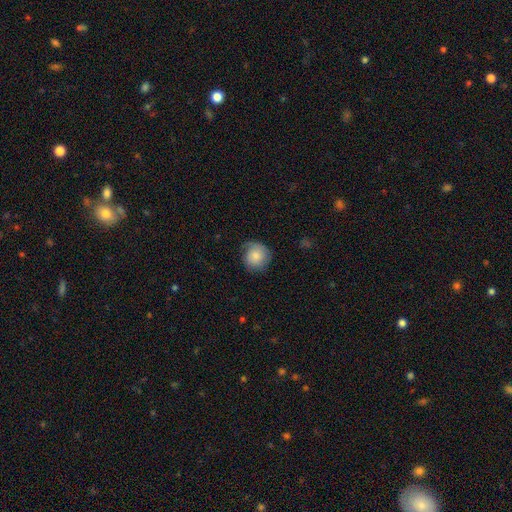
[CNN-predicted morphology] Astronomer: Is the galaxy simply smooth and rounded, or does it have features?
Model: smooth — 76%.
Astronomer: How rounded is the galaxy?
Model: round — 91%.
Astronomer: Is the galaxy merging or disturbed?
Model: none — 66%.